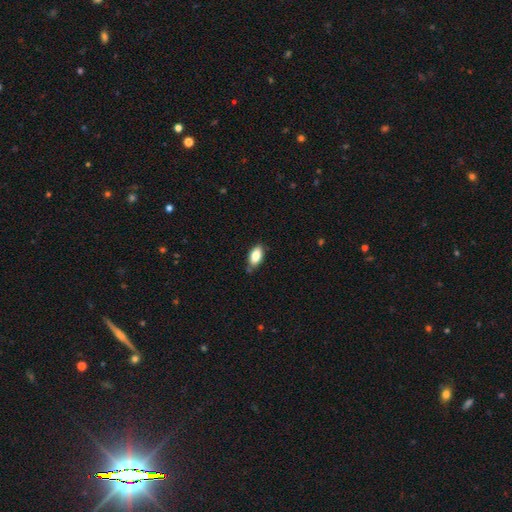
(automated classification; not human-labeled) Overall: smooth (83%). How rounded: in between (91%). Merging: none (79%).